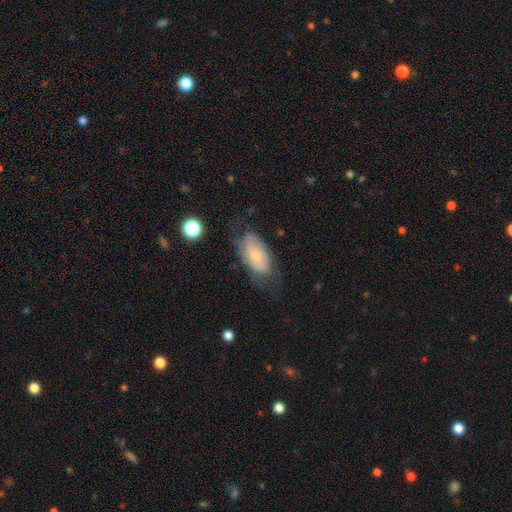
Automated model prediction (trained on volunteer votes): smooth 53%, featured or disk 39%, star or artifact 8%. Down the decision tree: how rounded — in between (91%); merging — none (57%).